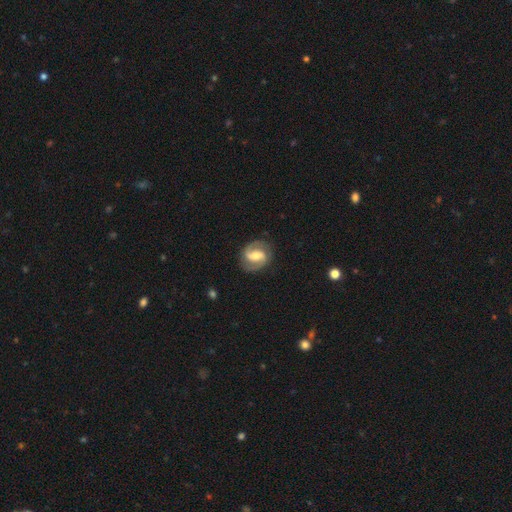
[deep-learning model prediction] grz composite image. It shows a featured or disk galaxy (83%) with a weak bar (47%), 2 (91%) medium (52%) spiral arms (95%) and a moderate central bulge (50%). Merging: none (84%).